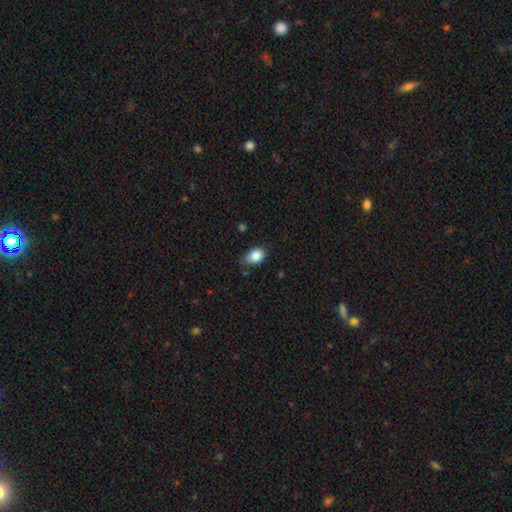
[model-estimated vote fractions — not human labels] Smooth or featured? Predicted: smooth (p=0.86). How rounded? Predicted: in between (p=0.83). Merging? Predicted: none (p=0.66).